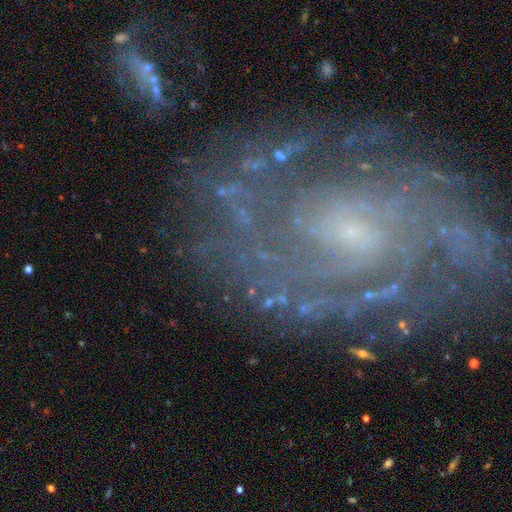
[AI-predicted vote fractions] featured or disk 87%, star or artifact 7%, smooth 6%. Down the decision tree: edge-on disk — no (97%); bar — no (56%); spiral arms — yes (96%); spiral arm count — can't tell (30%); spiral winding — tight (61%); bulge size — small (77%); merging — none (72%).